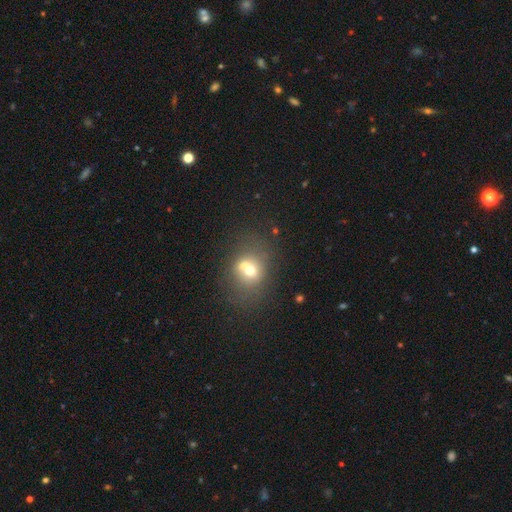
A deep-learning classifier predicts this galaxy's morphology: smooth_or_featured: smooth (p=0.65) [alt: star or artifact p=0.25]
how_rounded: in between (p=0.50) [alt: round p=0.48]
merging: none (p=0.85) [alt: minor disturbance p=0.10]